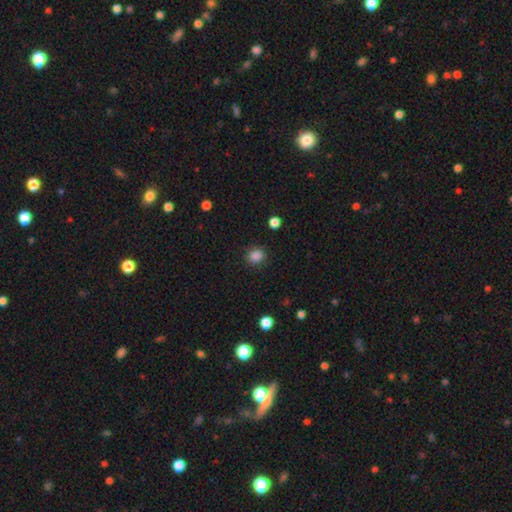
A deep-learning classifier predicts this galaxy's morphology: Smooth or featured? smooth (86%)
How rounded? round (75%)
Merging? none (86%)